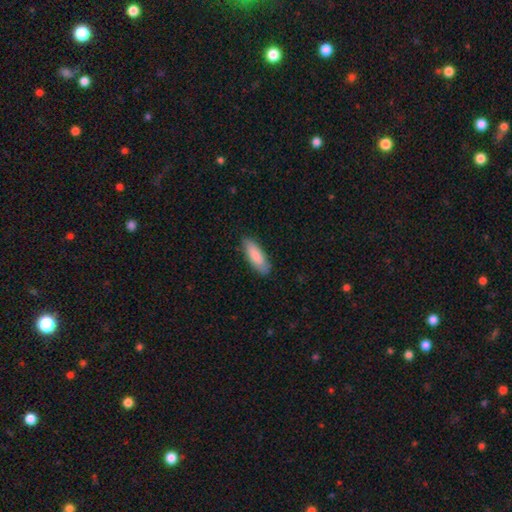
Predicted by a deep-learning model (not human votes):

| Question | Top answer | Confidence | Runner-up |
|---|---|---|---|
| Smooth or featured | smooth | 84% | featured or disk (11%) |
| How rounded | in between | 62% | cigar-shaped (36%) |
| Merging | none | 81% | minor disturbance (15%) |